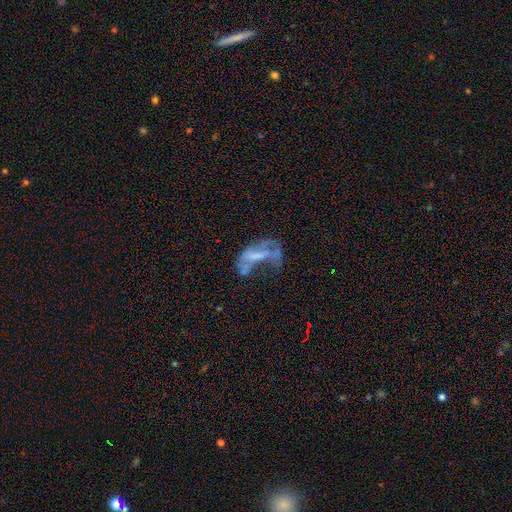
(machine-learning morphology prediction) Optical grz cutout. It shows a featured or disk galaxy (57%) with no bar (64%), no spiral arms (78%) and no central bulge (56%). Merging: major disturbance (46%).